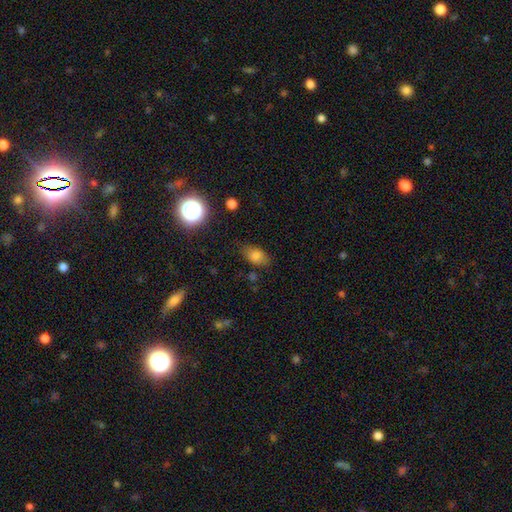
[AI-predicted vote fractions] Smooth or featured?
  - smooth: 77% *
  - star or artifact: 12%
  - featured or disk: 11%
How rounded?
  - in between: 84% *
  - round: 13%
  - cigar-shaped: 3%
Merging?
  - none: 76% *
  - minor disturbance: 18%
  - major disturbance: 4%
  - merger: 2%